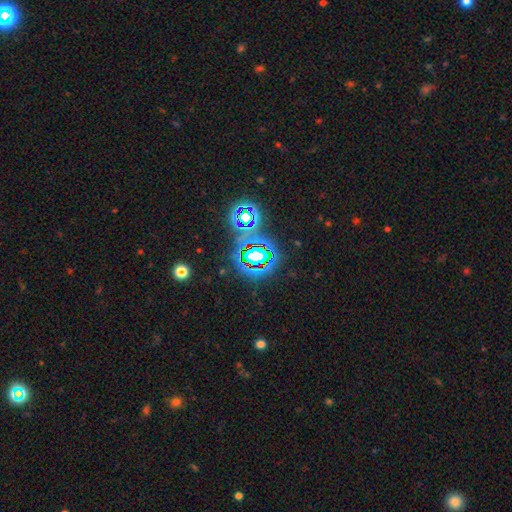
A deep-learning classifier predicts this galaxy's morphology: Smooth or featured? star or artifact (76%)